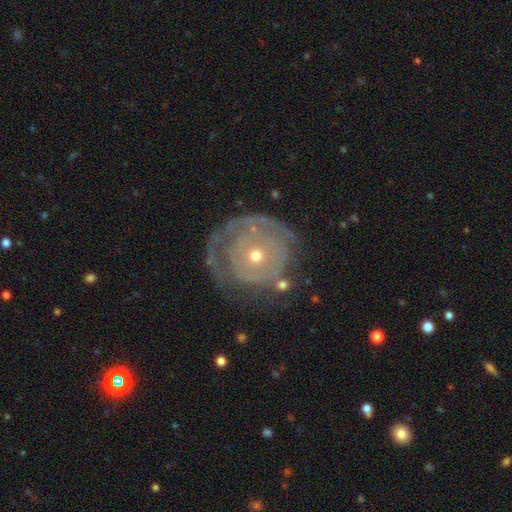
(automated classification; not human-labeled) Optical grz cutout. It shows a featured or disk galaxy (74%) with no bar (87%), spiral arms (66%) and a small central bulge (58%). Merging: none (61%).